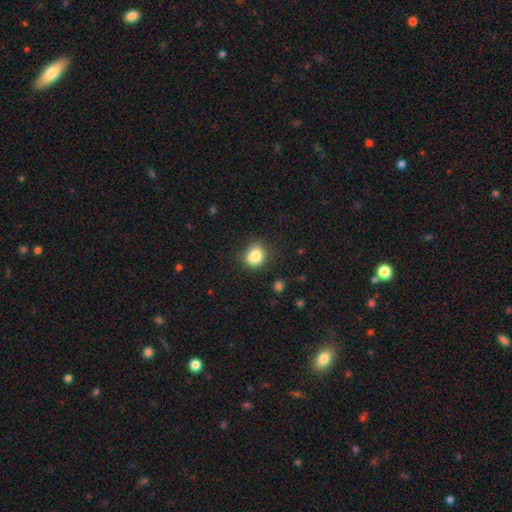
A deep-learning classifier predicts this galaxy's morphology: Smooth or featured?
  - smooth: 83% *
  - star or artifact: 10%
  - featured or disk: 7%
How rounded?
  - round: 61% *
  - in between: 38%
  - cigar-shaped: 1%
Merging?
  - none: 69% *
  - minor disturbance: 21%
  - major disturbance: 5%
  - merger: 4%